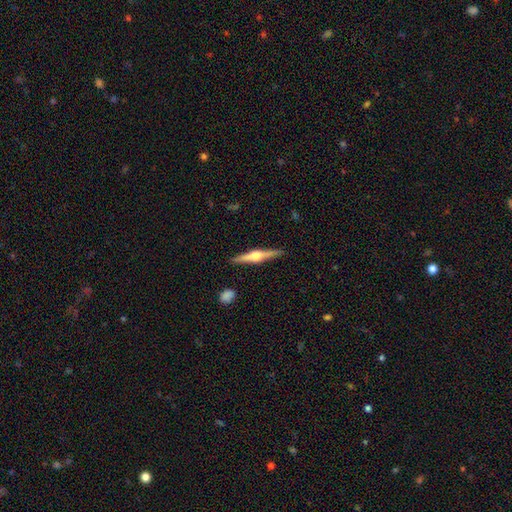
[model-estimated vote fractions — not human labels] Morphology: type=featured or disk (78%); edge-on=yes (98%); edge-on bulge=rounded (94%); merging=none (91%).